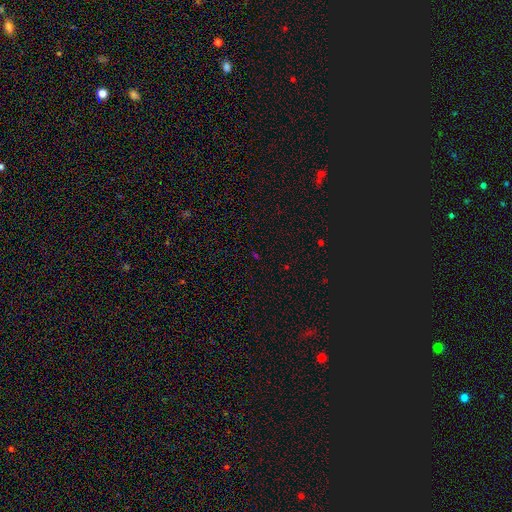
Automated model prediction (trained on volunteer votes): Overall: star or artifact (64%; smooth 28%).